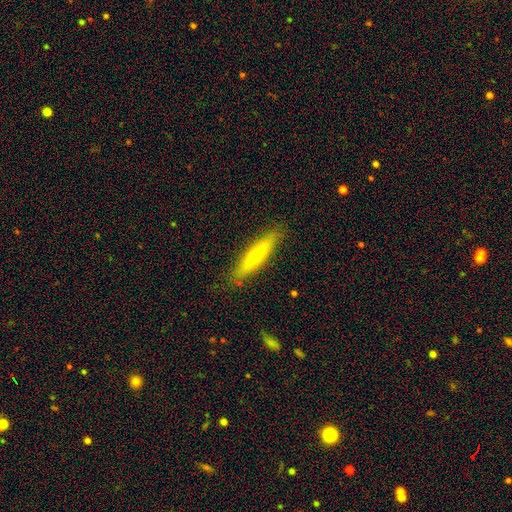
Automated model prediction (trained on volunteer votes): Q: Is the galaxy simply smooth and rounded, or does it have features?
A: smooth — 55%.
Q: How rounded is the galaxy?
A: cigar-shaped — 87%.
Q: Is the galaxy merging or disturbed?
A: none — 87%.